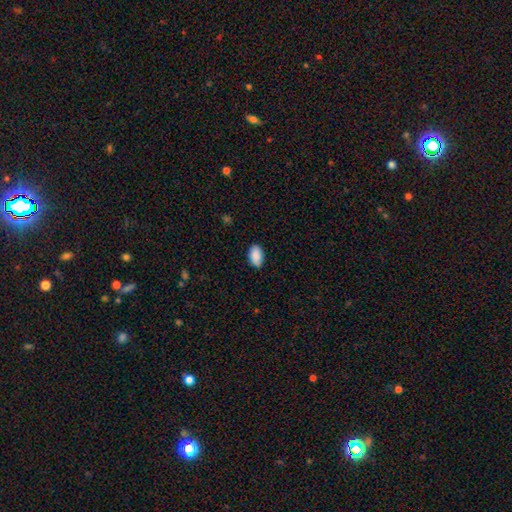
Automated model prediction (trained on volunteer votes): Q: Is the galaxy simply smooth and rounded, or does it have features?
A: smooth — 89%.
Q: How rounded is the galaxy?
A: in between — 93%.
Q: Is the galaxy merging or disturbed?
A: none — 85%.